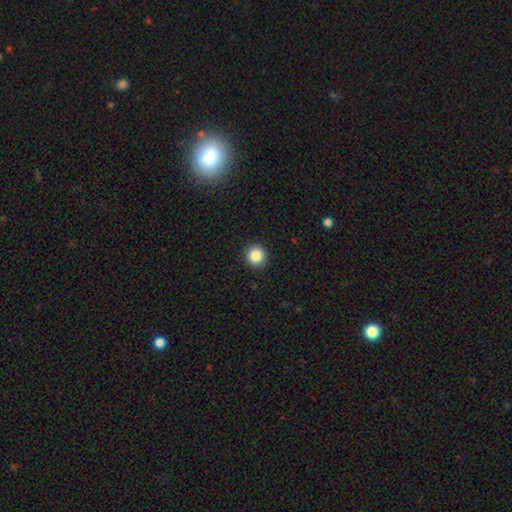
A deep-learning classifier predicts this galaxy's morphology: A smooth galaxy with no disk features (85%) that is round (95%). Merging: none (93%).